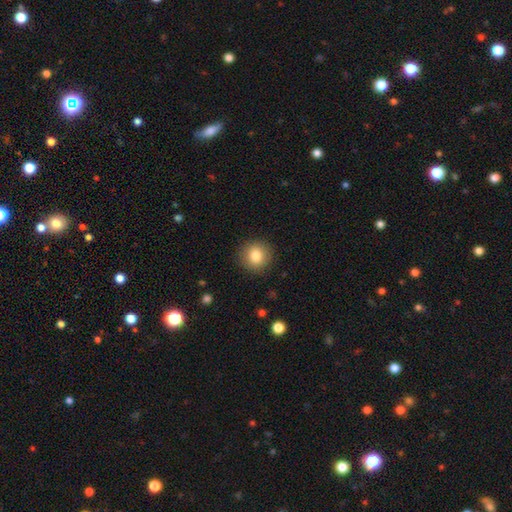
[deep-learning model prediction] Smooth or featured: smooth — 84% (star or artifact — 9%)
How rounded: round — 92% (in between — 7%)
Merging: none — 90% (minor disturbance — 7%)